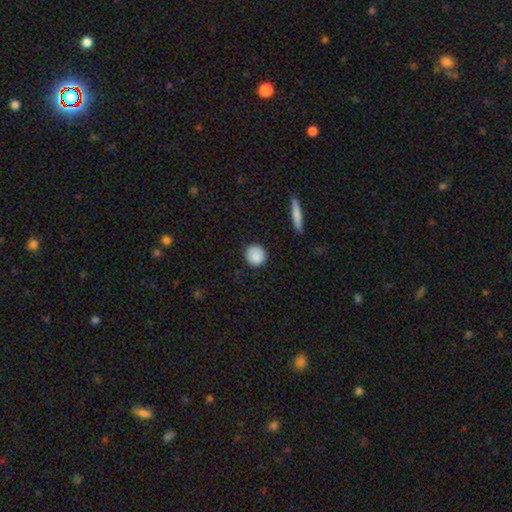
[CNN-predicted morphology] type=smooth (88%); roundness=round (92%); merging=none (89%).